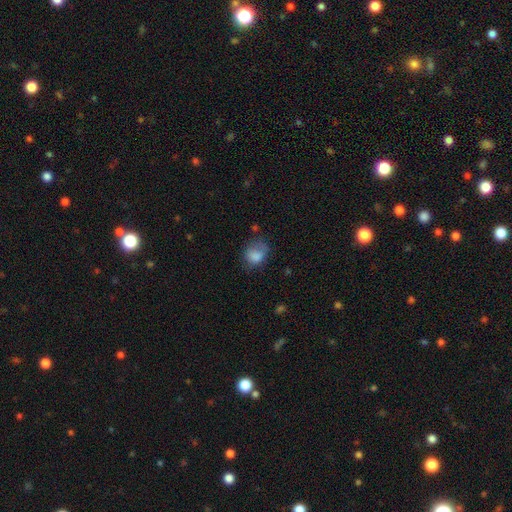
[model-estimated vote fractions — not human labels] Smooth or featured?
  - smooth: 79% *
  - featured or disk: 12%
  - star or artifact: 10%
How rounded?
  - round: 50% *
  - in between: 49%
  - cigar-shaped: 1%
Merging?
  - none: 39% *
  - minor disturbance: 33%
  - major disturbance: 24%
  - merger: 4%